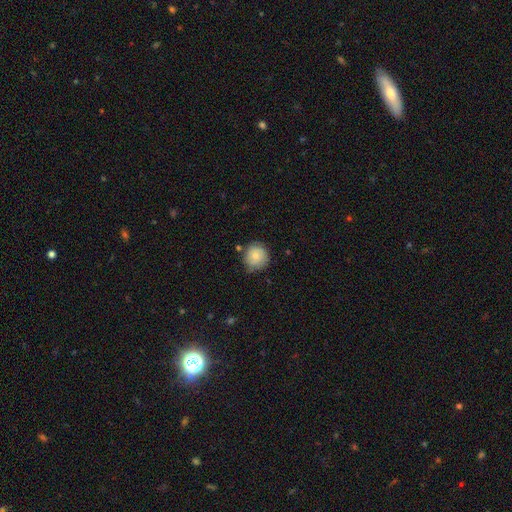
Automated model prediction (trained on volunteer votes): Smooth or featured: smooth — 71% (featured or disk — 21%)
How rounded: round — 89% (in between — 10%)
Merging: none — 69% (minor disturbance — 23%)